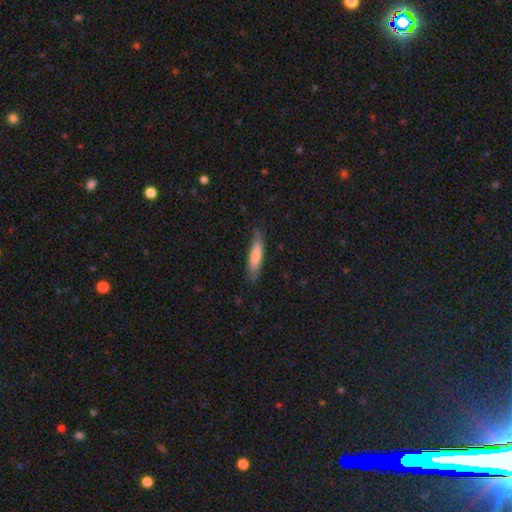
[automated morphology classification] A smooth galaxy with no disk features (77%) that is cigar-shaped (76%).

Vote fractions:
- Smooth or featured? smooth: 77% / featured or disk: 18% / star or artifact: 5%
- How rounded? cigar-shaped: 76% / in between: 23% / round: 1%
- Merging? none: 79% / minor disturbance: 16% / major disturbance: 3% / merger: 1%